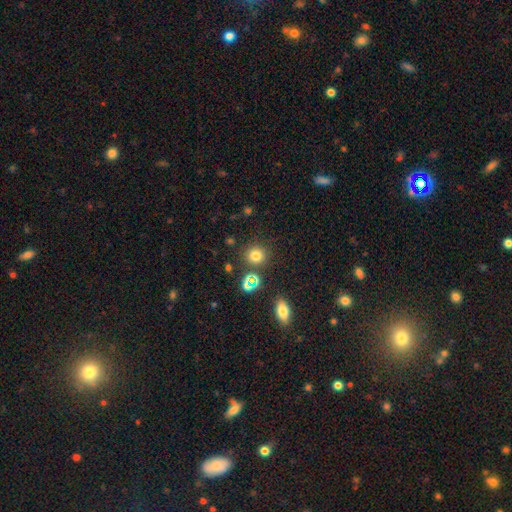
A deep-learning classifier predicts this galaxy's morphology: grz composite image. It shows a smooth galaxy with no disk features (76%) that is round (86%). Merging: none (82%).